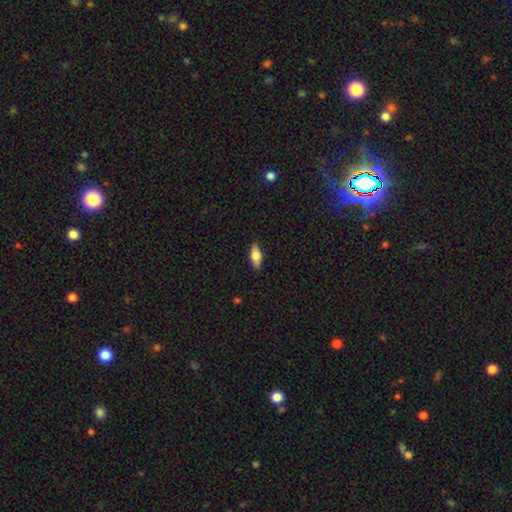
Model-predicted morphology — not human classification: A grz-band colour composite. It shows a smooth galaxy with no disk features (64%) that is in between round and cigar-shaped (75%). Merging: none (87%).